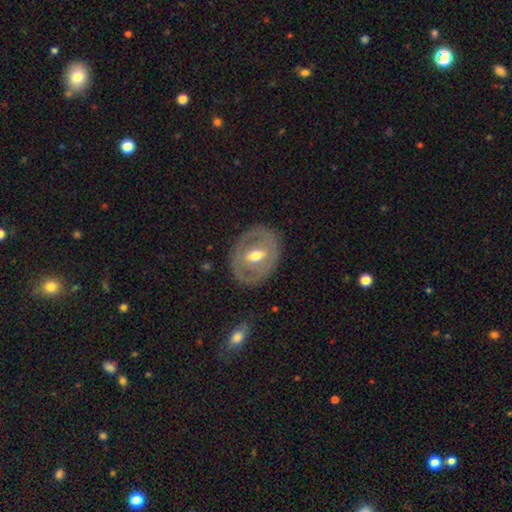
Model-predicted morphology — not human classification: Overall: featured or disk (60%; smooth 34%). Edge-on disk: no (93%). Bar: weak (40%; no 39%). Spiral arms: no (78%). Bulge size: moderate (75%). Merging: none (80%).